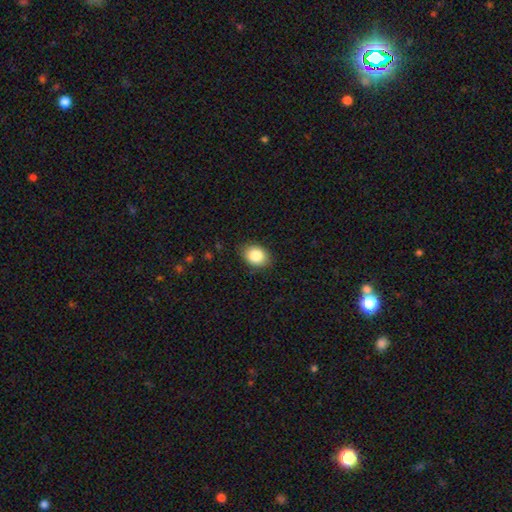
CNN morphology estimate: Overall: smooth (85%). How rounded: in between (65%; round 34%). Merging: none (84%).